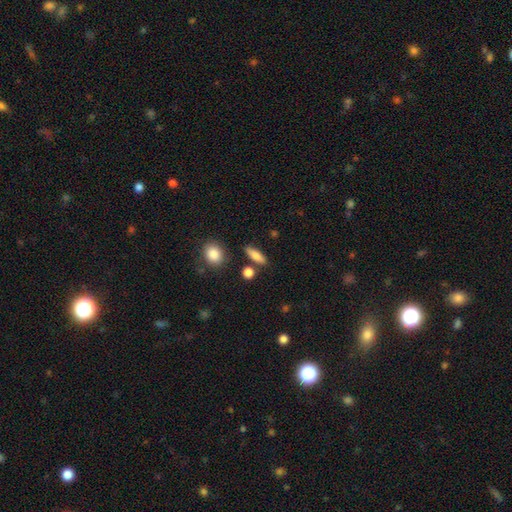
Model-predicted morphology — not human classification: Smooth or featured? smooth (79%)
How rounded? in between (46%)
Merging? none (80%)